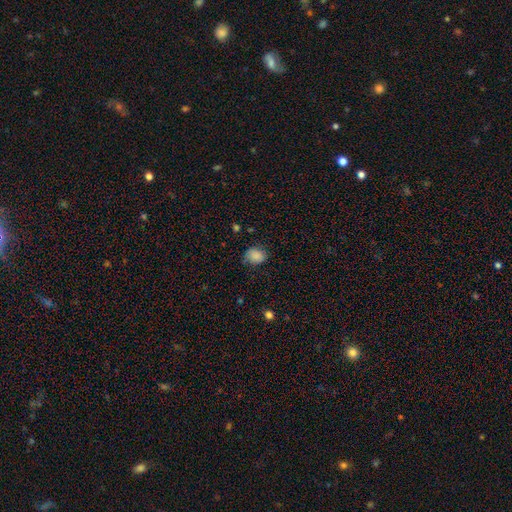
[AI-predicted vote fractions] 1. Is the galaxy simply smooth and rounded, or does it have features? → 85% smooth, 9% star or artifact, 6% featured or disk.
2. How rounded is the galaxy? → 50% round, 49% in between, 1% cigar-shaped.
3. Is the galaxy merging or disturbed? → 67% none, 25% minor disturbance, 6% major disturbance, 1% merger.